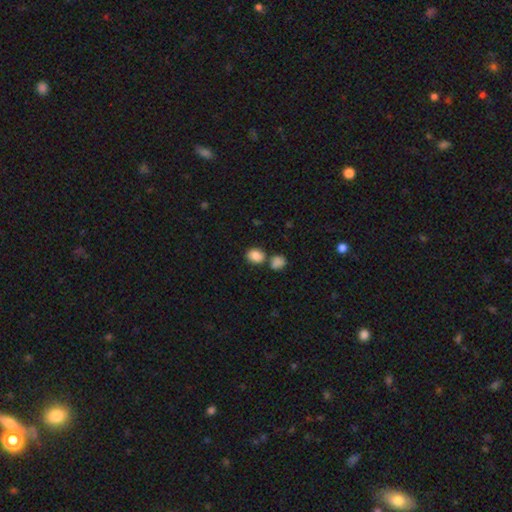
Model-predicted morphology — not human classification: smooth-or-featured: smooth: 86% | star or artifact: 9% | featured or disk: 5%
  how-rounded: in between: 61% | round: 38% | cigar-shaped: 1%
  merging: none: 61% | merger: 24% | minor disturbance: 11% | major disturbance: 3%